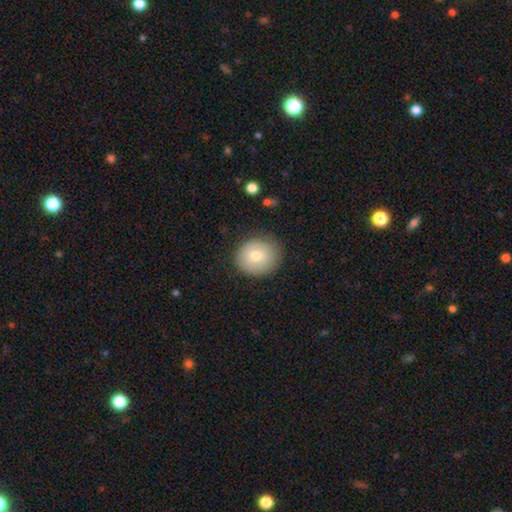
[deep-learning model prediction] This is likely a smooth galaxy (71%). How rounded: likely round (78%). Merging: clearly none (82%).